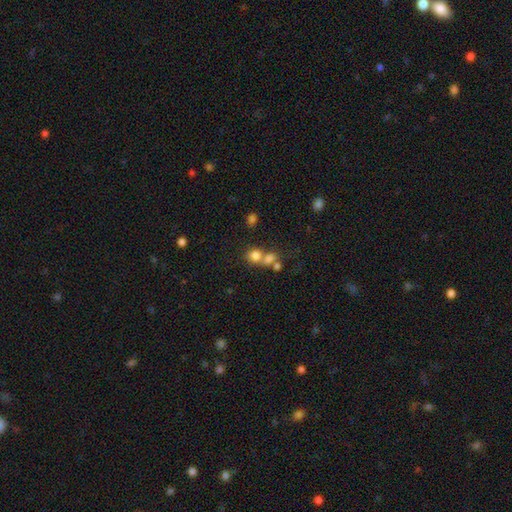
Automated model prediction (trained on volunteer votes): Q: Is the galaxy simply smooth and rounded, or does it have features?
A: smooth — 76%.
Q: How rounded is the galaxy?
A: round — 74%.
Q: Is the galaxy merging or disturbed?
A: merger — 51%.